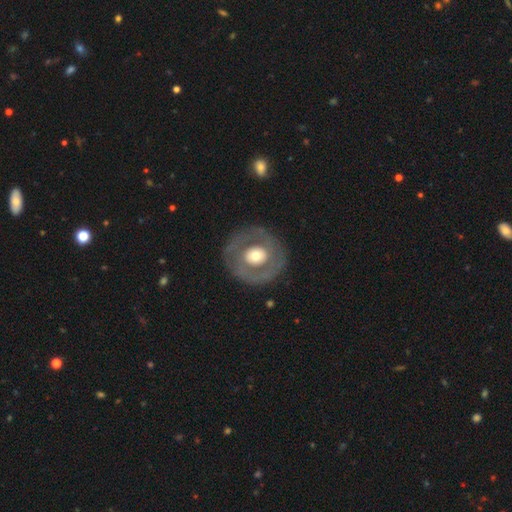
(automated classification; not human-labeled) Smooth or featured: featured or disk — 54% (smooth — 41%)
Edge-on disk: no — 96% (yes — 4%)
Bar: no — 83% (weak — 12%)
Spiral arms: no — 83% (yes — 17%)
Bulge size: moderate — 57% (large — 30%)
Merging: none — 81% (minor disturbance — 11%)